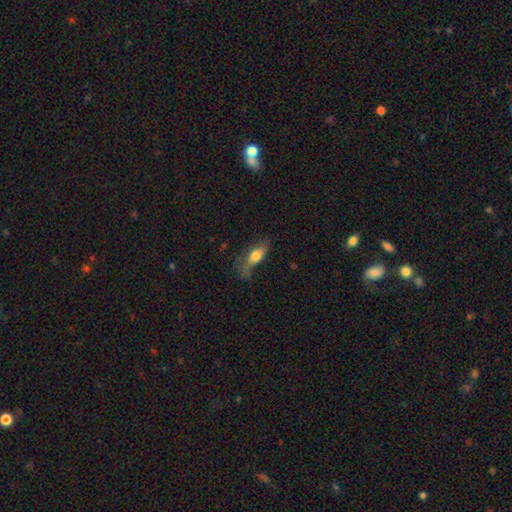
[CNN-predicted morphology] smooth-or-featured: smooth: 59% | featured or disk: 33% | star or artifact: 8%
  how-rounded: in between: 63% | cigar-shaped: 32% | round: 5%
  merging: none: 48% | minor disturbance: 29% | major disturbance: 20% | merger: 3%